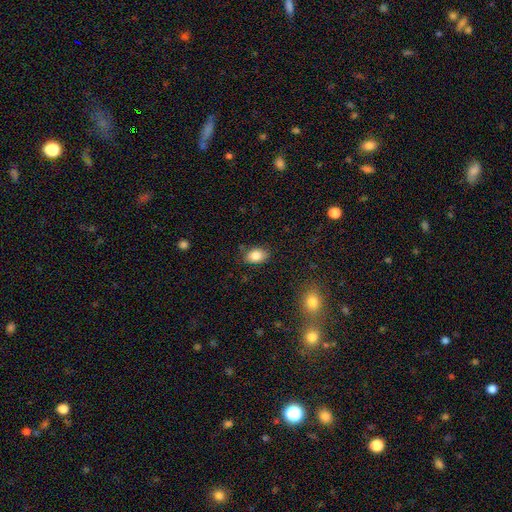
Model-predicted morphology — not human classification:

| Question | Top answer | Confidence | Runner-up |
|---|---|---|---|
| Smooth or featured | smooth | 86% | star or artifact (8%) |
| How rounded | in between | 83% | round (15%) |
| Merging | none | 83% | minor disturbance (12%) |